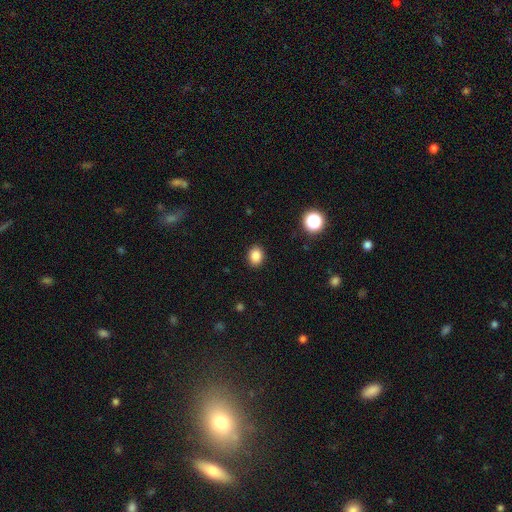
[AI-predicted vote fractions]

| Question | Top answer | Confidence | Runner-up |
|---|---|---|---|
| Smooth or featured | smooth | 86% | star or artifact (10%) |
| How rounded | in between | 51% | round (48%) |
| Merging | none | 90% | minor disturbance (7%) |